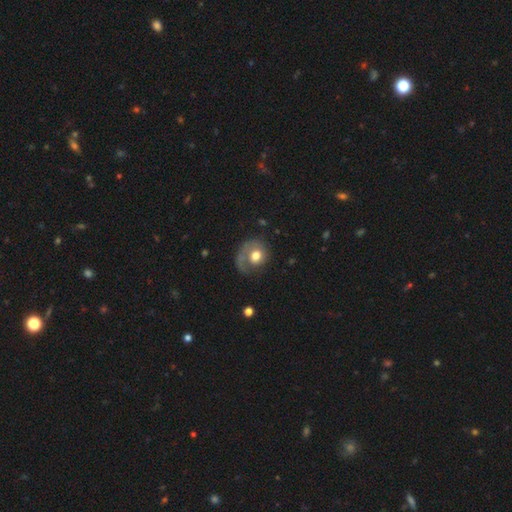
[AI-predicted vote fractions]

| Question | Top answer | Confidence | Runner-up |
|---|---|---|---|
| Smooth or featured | featured or disk | 48% | smooth (45%) |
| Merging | none | 43% | major disturbance (32%) |